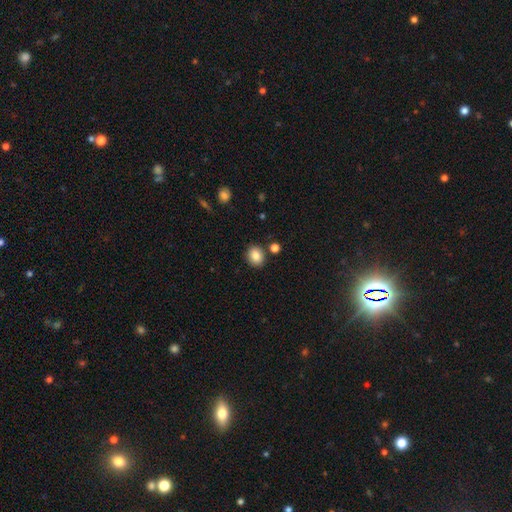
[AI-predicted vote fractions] Q: Smooth or featured?
A: smooth (85%); runner-up: star or artifact (9%)
Q: How rounded?
A: round (63%); runner-up: in between (36%)
Q: Merging?
A: none (86%); runner-up: minor disturbance (8%)